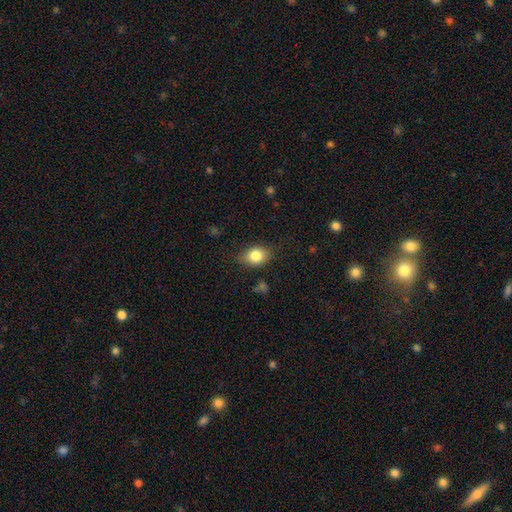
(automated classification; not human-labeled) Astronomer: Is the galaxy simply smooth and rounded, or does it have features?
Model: smooth — 81%.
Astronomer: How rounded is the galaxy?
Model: in between — 72%.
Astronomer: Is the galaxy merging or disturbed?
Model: none — 79%.